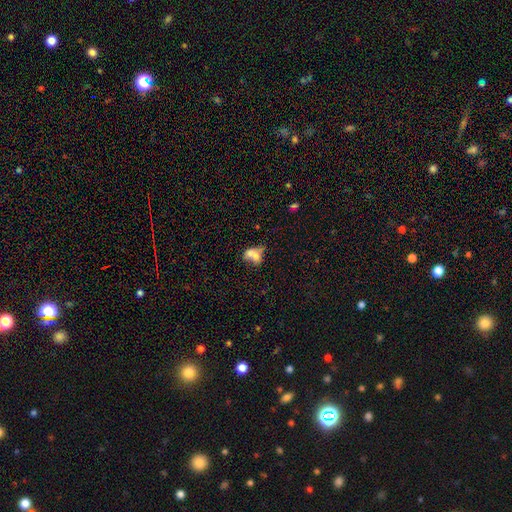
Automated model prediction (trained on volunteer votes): Smooth or featured? Predicted: smooth (p=0.60). How rounded? Predicted: in between (p=0.68). Merging? Predicted: merger (p=0.47).